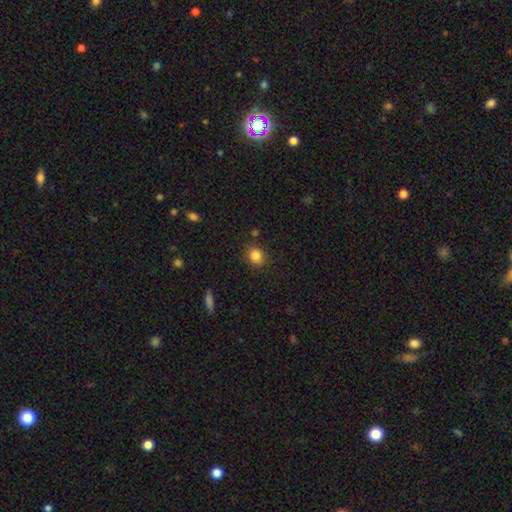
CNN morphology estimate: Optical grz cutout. It shows a smooth galaxy with no disk features (85%) that is round (80%). Merging: none (86%).